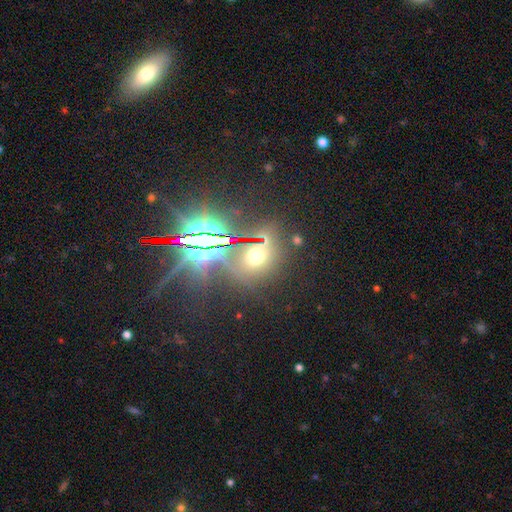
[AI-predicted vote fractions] smooth-or-featured: star or artifact: 49% | smooth: 39% | featured or disk: 12%